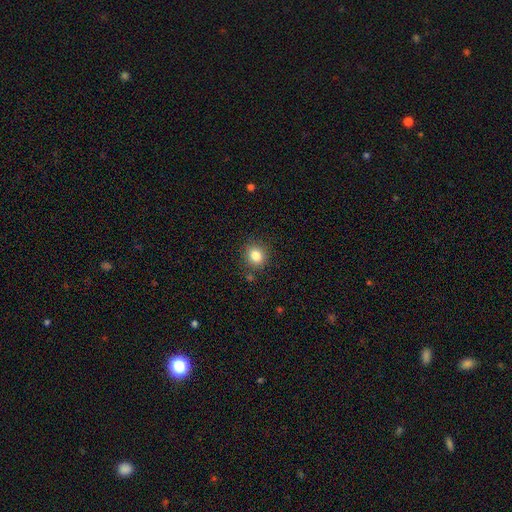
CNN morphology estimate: The model was most divided on "how rounded": round: 77%, in between: 23%, cigar-shaped: 1%. More confident: merging — none (85%); smooth or featured — smooth (83%).